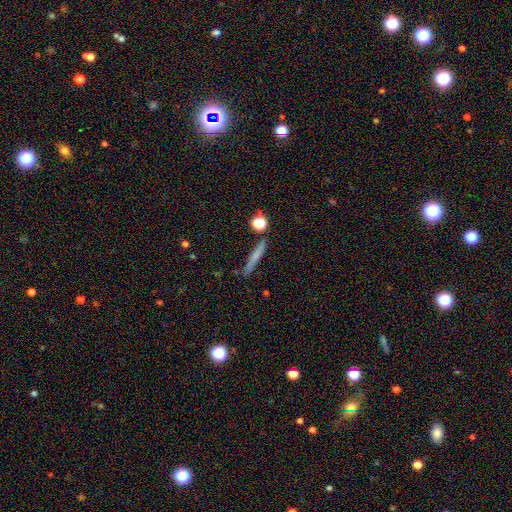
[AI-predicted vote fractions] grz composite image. It shows a smooth galaxy with no disk features (63%) that is cigar-shaped (91%). Merging: none (83%).